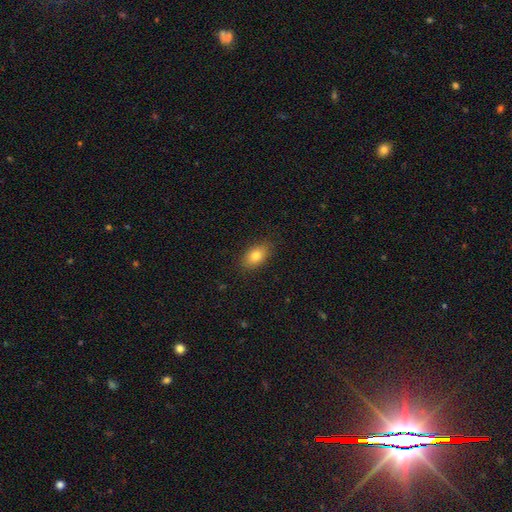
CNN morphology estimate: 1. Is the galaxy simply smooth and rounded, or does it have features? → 81% smooth, 10% featured or disk, 8% star or artifact.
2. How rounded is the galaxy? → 88% in between, 10% round, 2% cigar-shaped.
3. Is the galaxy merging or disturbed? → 86% none, 10% minor disturbance, 2% major disturbance, 1% merger.